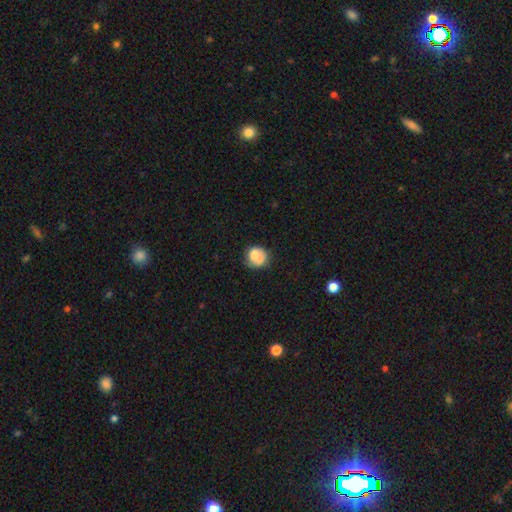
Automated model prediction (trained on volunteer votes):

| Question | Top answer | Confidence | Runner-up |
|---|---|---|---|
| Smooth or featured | smooth | 73% | featured or disk (18%) |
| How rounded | round | 78% | in between (21%) |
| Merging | none | 54% | minor disturbance (25%) |